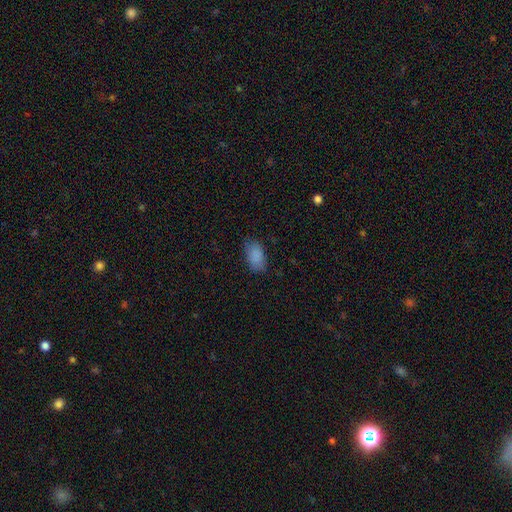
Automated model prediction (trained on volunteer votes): Smooth or featured? Predicted: smooth (p=0.87). How rounded? Predicted: in between (p=0.93). Merging? Predicted: none (p=0.76).